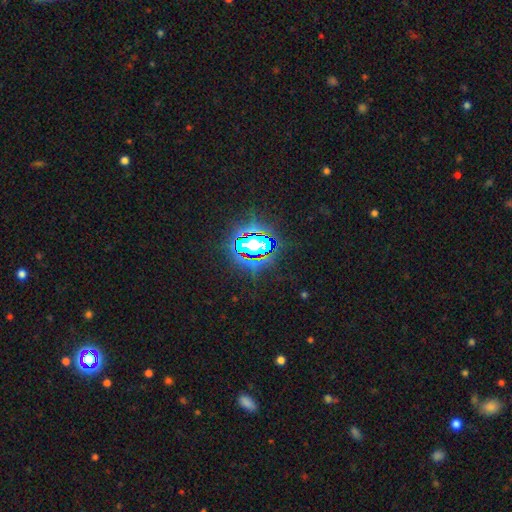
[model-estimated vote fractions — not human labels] A star or artifact, not a galaxy (82%).